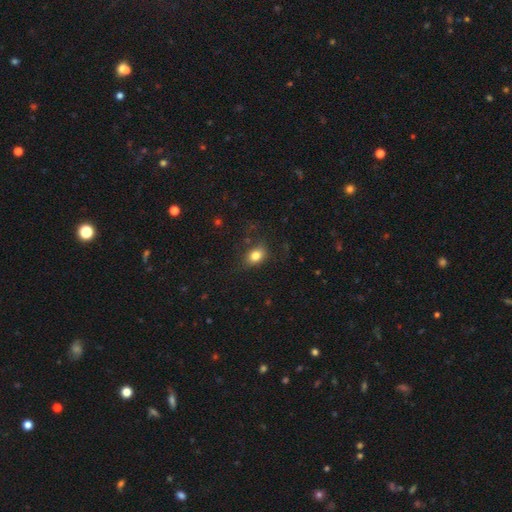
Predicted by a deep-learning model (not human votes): This is clearly a smooth galaxy (82%). How rounded: likely in between (65%). Merging: likely none (75%).